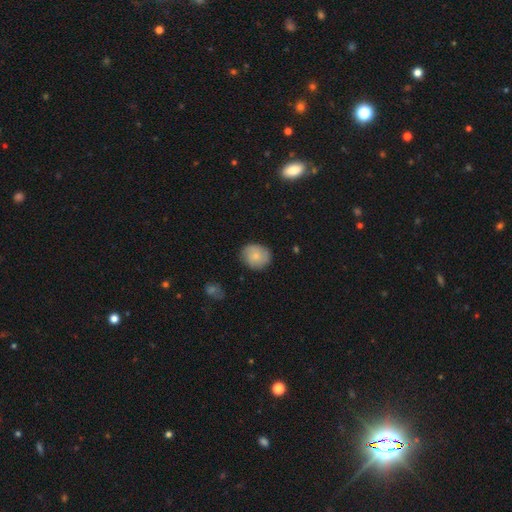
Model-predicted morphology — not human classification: Smooth or featured? smooth (68%)
How rounded? round (72%)
Merging? none (80%)